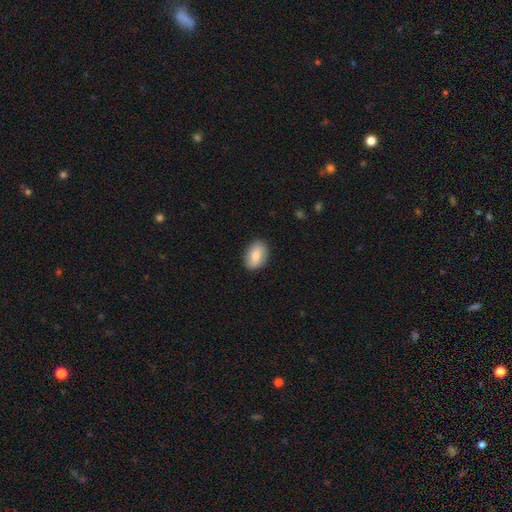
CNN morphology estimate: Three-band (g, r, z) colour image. It shows a smooth galaxy with no disk features (80%) that is in between round and cigar-shaped (85%). Merging: none (86%).